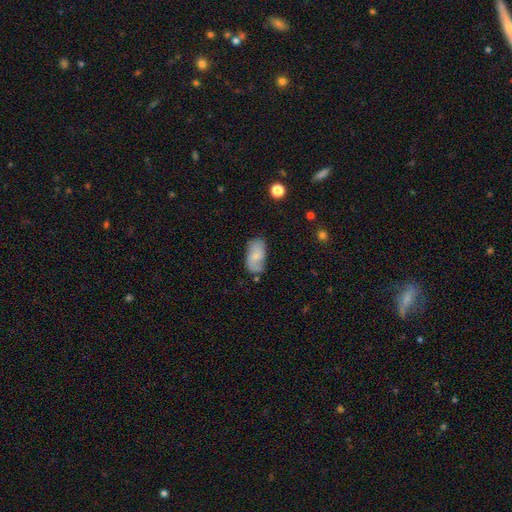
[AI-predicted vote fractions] A smooth galaxy with no disk features (63%) that is in between round and cigar-shaped (94%). Merging: none (60%).